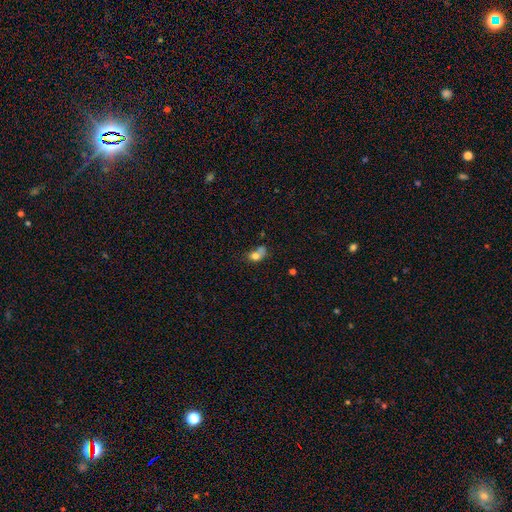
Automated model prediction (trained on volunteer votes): This is likely a smooth galaxy (73%). How rounded: likely in between (64%). Merging: marginally none (28%).